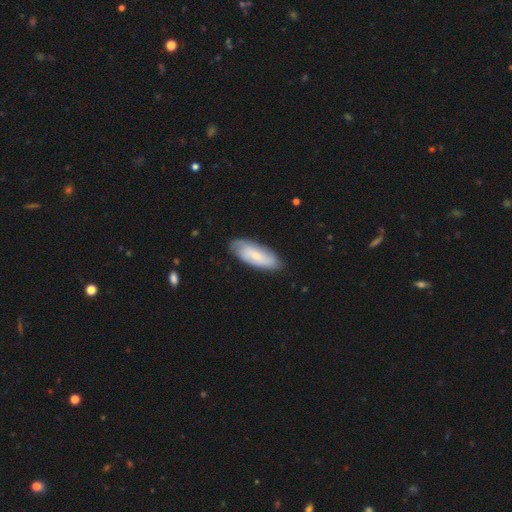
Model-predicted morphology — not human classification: smooth_or_featured: smooth (p=0.54) [alt: featured or disk p=0.40]
how_rounded: in between (p=0.77) [alt: cigar-shaped p=0.21]
merging: none (p=0.80) [alt: minor disturbance p=0.16]